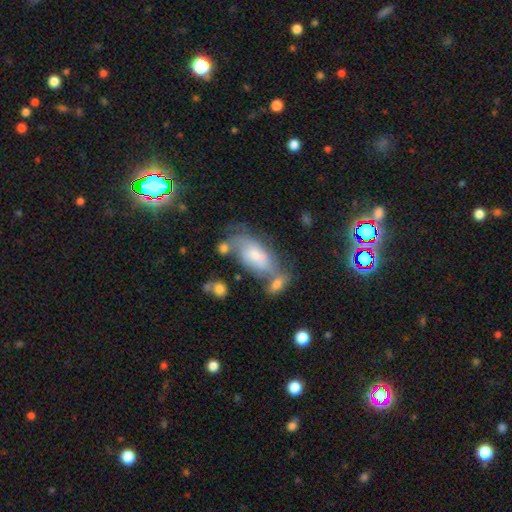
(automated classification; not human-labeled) smooth-or-featured: smooth: 54% | featured or disk: 37% | star or artifact: 9%
  how-rounded: in between: 87% | cigar-shaped: 9% | round: 4%
  merging: none: 38% | merger: 24% | minor disturbance: 24% | major disturbance: 15%